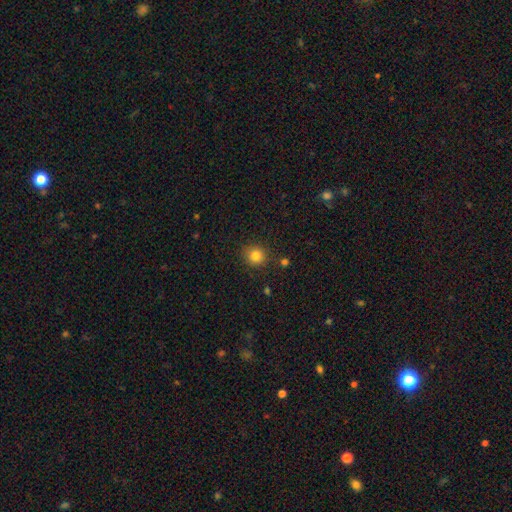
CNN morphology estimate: Smooth or featured: smooth — 83% (star or artifact — 12%)
How rounded: round — 90% (in between — 9%)
Merging: none — 88% (minor disturbance — 8%)